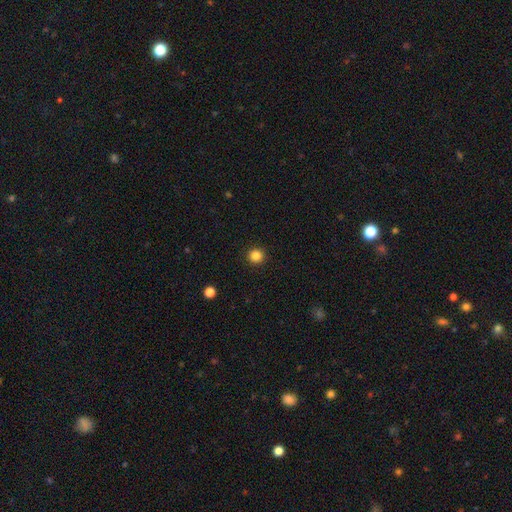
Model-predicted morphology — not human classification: Smooth or featured?
  - smooth: 85% *
  - star or artifact: 12%
  - featured or disk: 4%
How rounded?
  - round: 94% *
  - in between: 5%
  - cigar-shaped: 1%
Merging?
  - none: 93% *
  - minor disturbance: 4%
  - major disturbance: 2%
  - merger: 1%